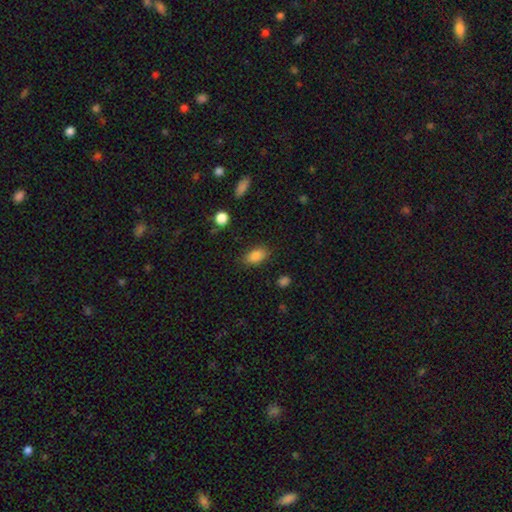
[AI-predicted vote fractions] Q: Smooth or featured?
A: smooth (86%); runner-up: star or artifact (8%)
Q: How rounded?
A: in between (90%); runner-up: round (7%)
Q: Merging?
A: none (82%); runner-up: minor disturbance (13%)